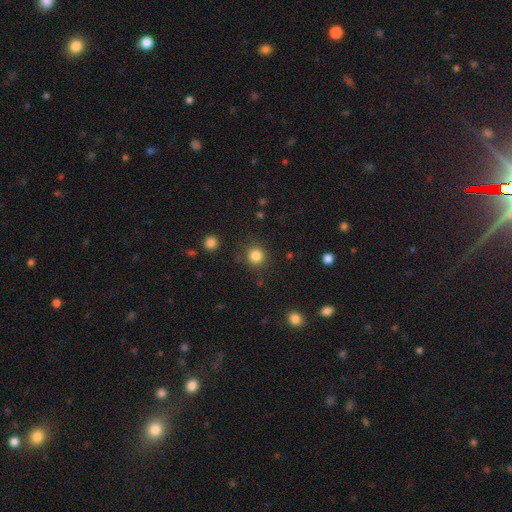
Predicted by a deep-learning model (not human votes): This appears to be a smooth galaxy with no disk features (84%) that is round (92%). Merging: none (86%).